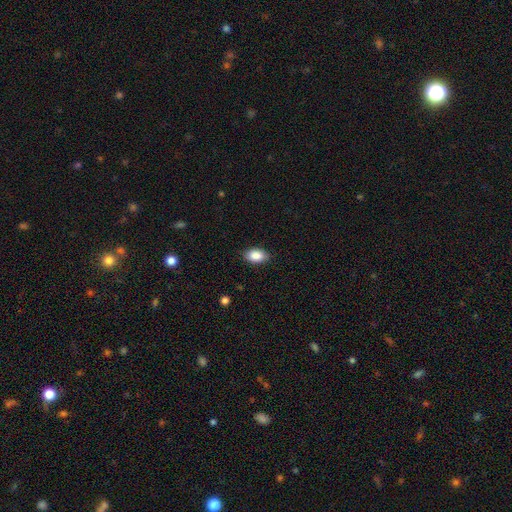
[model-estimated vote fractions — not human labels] Smooth or featured? smooth (88%)
How rounded? in between (92%)
Merging? none (87%)